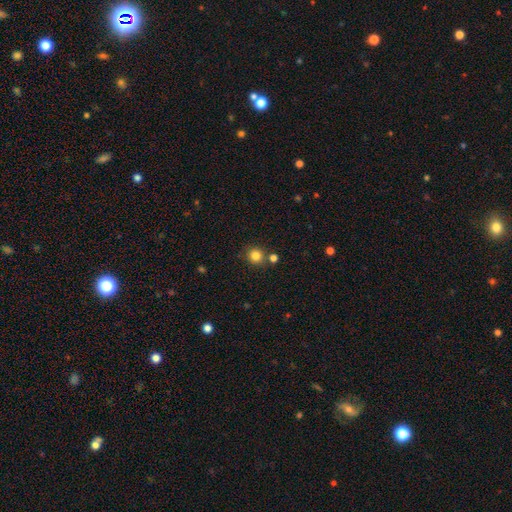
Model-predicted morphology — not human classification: smooth-or-featured: smooth: 82% | star or artifact: 12% | featured or disk: 6%
  how-rounded: round: 90% | in between: 9% | cigar-shaped: 1%
  merging: none: 77% | merger: 11% | minor disturbance: 9% | major disturbance: 3%